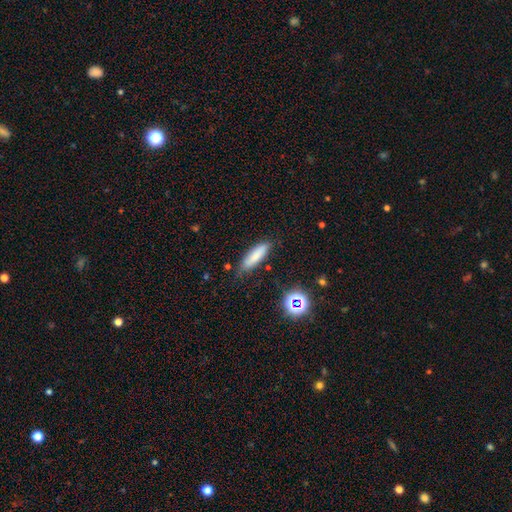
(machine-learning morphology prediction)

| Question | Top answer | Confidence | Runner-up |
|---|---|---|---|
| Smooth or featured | smooth | 79% | featured or disk (11%) |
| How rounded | cigar-shaped | 61% | in between (37%) |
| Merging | none | 77% | minor disturbance (17%) |